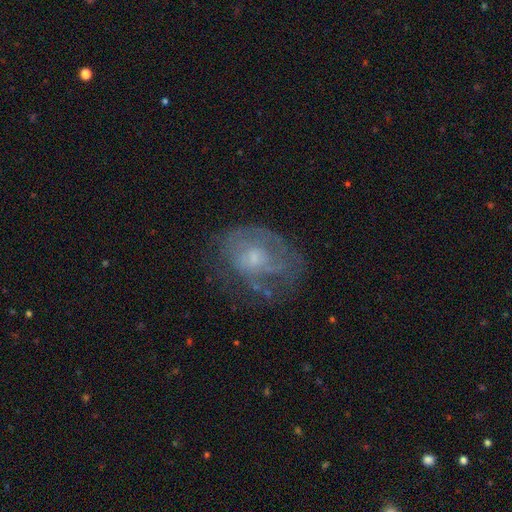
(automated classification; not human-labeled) smooth-or-featured: featured or disk: 63% | smooth: 23% | star or artifact: 13%
  disk-edge-on: no: 96% | yes: 4%
    bar: no: 77% | weak: 20% | strong: 3%
    has-spiral-arms: yes: 62% | no: 38%
    bulge-size: small: 52% | moderate: 38% | none: 6% | large: 3% | dominant: 1%
  merging: none: 61% | minor disturbance: 21% | major disturbance: 16% | merger: 2%